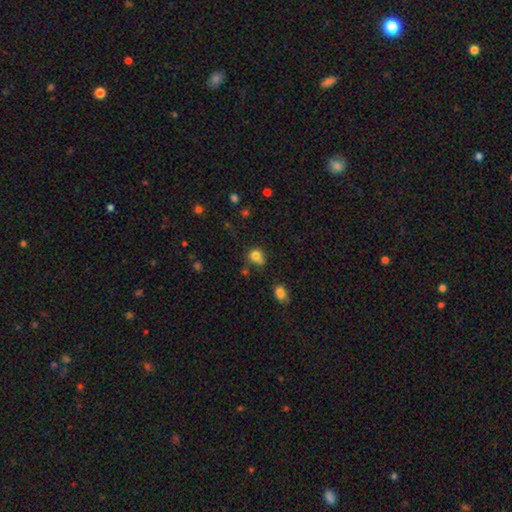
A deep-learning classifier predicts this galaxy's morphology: This appears to be a smooth galaxy with no disk features (79%) that is round (81%). Merging: none (56%).